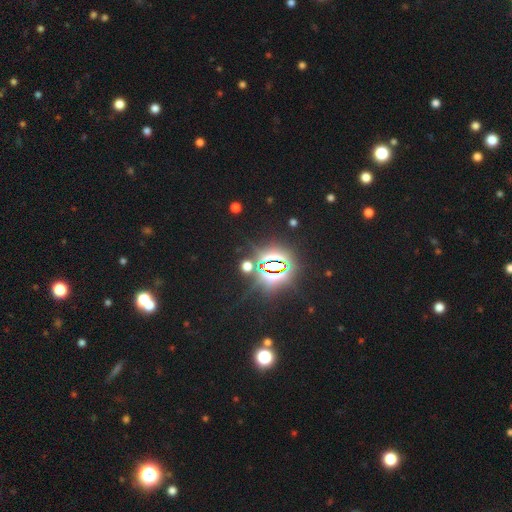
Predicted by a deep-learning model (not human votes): Smooth or featured? star or artifact (83%)